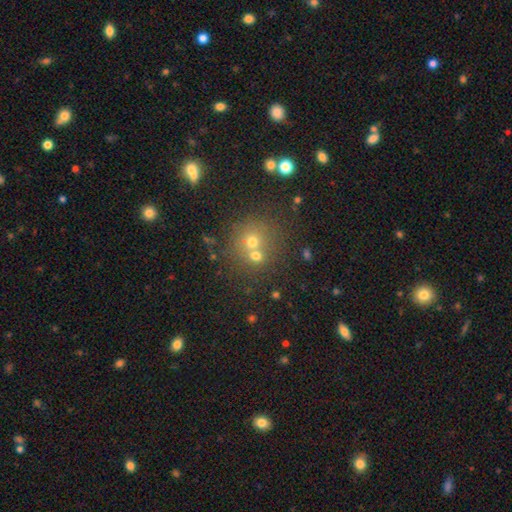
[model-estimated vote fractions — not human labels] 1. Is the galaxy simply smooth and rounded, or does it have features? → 63% smooth, 20% star or artifact, 17% featured or disk.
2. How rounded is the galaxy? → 83% round, 16% in between, 1% cigar-shaped.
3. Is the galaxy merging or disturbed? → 46% none, 44% merger, 7% minor disturbance, 4% major disturbance.